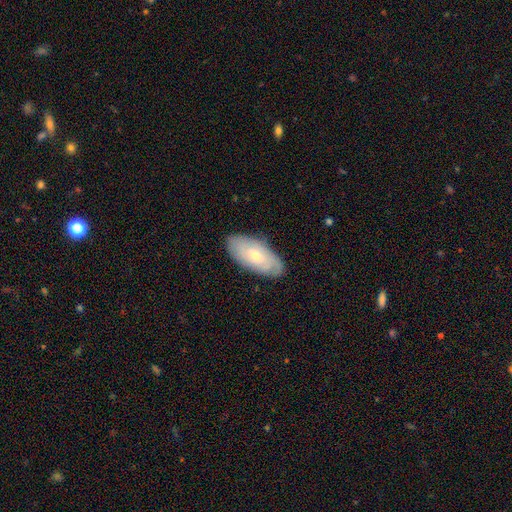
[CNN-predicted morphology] A featured or disk galaxy (47%, tied with smooth).

Vote fractions:
- Smooth or featured? featured or disk: 47% (tied) / smooth: 47% (tied) / star or artifact: 6%
- Merging? none: 83% / minor disturbance: 13% / major disturbance: 3% / merger: 1%